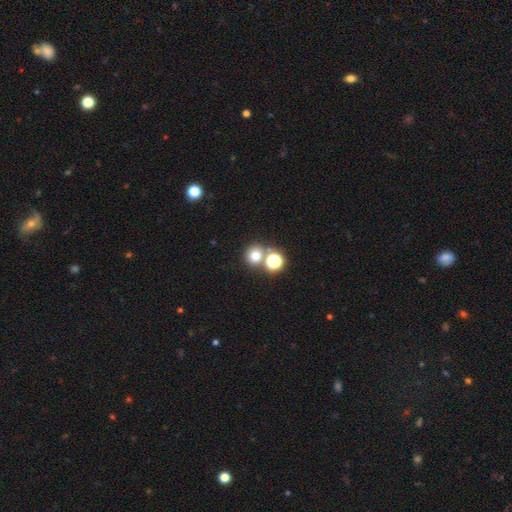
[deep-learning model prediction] Overall: smooth (73%). How rounded: round (84%). Merging: none (61%; merger 28%).